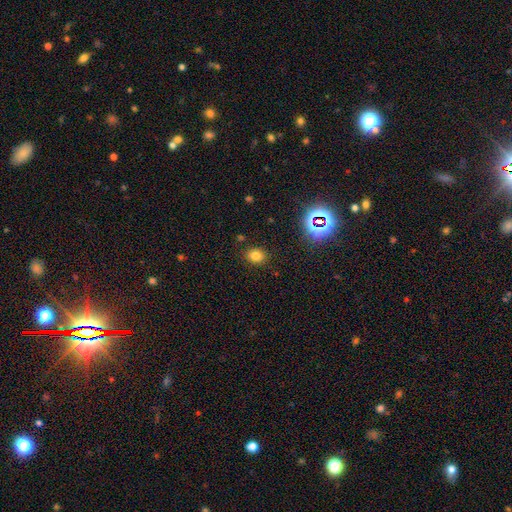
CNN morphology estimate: smooth 77%, star or artifact 17%, featured or disk 6%. Down the decision tree: how rounded — round (59%); merging — none (87%).